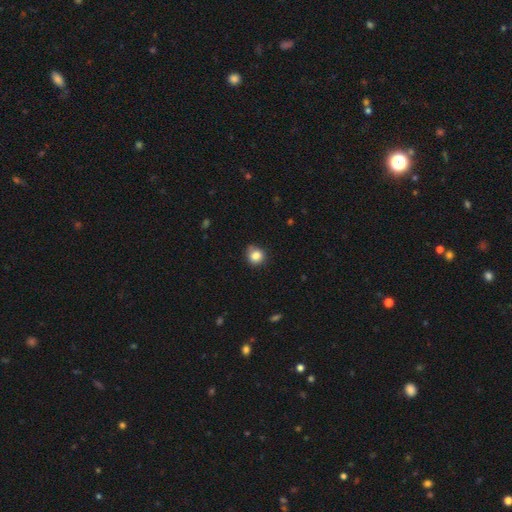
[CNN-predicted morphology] This appears to be a smooth galaxy with no disk features (84%) that is round (84%). Merging: none (70%).